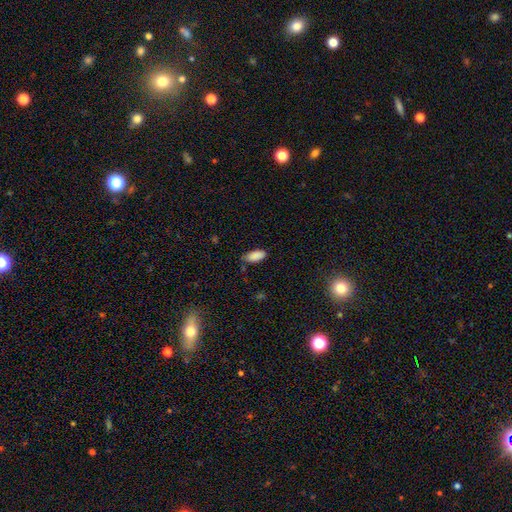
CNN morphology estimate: Smooth or featured? smooth (89%)
How rounded? in between (90%)
Merging? none (75%)